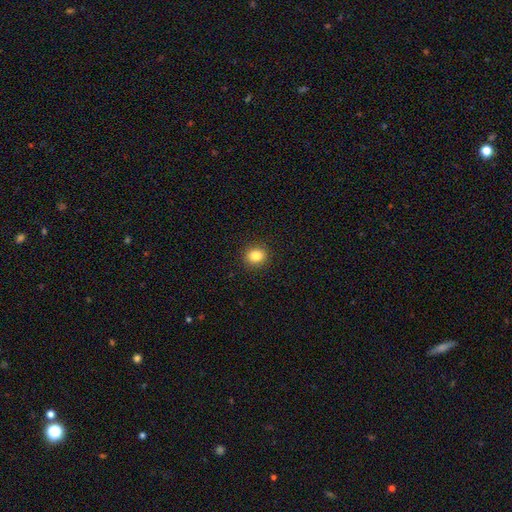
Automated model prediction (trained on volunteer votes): Smooth or featured?
  - smooth: 84% *
  - star or artifact: 10%
  - featured or disk: 5%
How rounded?
  - round: 83% *
  - in between: 16%
  - cigar-shaped: 1%
Merging?
  - none: 92% *
  - minor disturbance: 6%
  - major disturbance: 2%
  - merger: 1%